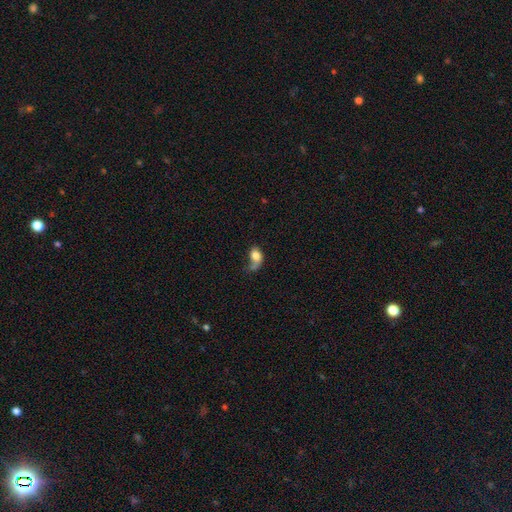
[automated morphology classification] smooth 64%, featured or disk 28%, star or artifact 9%. Down the decision tree: how rounded — in between (72%); merging — major disturbance (44%).